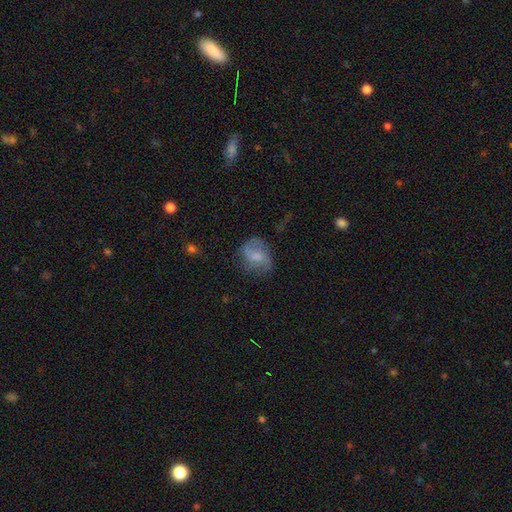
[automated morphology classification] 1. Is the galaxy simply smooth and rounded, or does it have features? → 54% smooth, 37% featured or disk, 9% star or artifact.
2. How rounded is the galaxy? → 55% in between, 44% round, 2% cigar-shaped.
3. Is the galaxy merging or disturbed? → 57% none, 27% minor disturbance, 15% major disturbance, 2% merger.